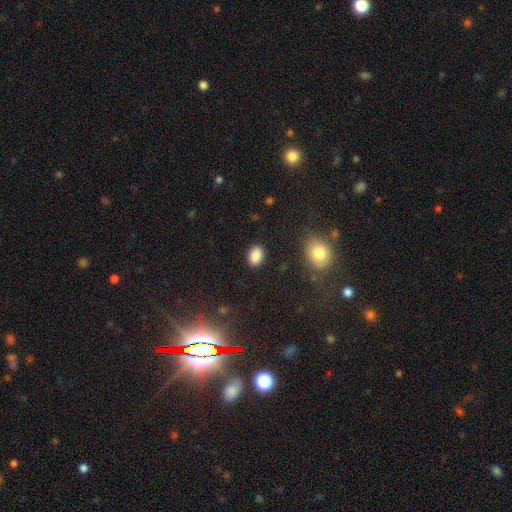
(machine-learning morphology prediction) Overall: smooth (87%). How rounded: in between (78%). Merging: none (86%).